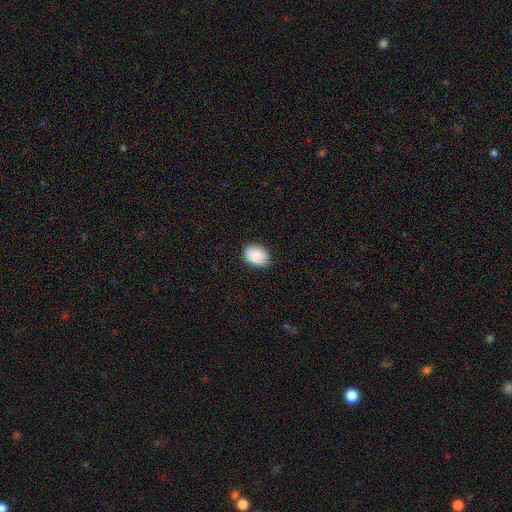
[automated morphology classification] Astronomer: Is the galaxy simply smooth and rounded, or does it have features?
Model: smooth — 89%.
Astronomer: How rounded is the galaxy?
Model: in between — 67%.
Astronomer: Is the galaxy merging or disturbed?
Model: none — 85%.